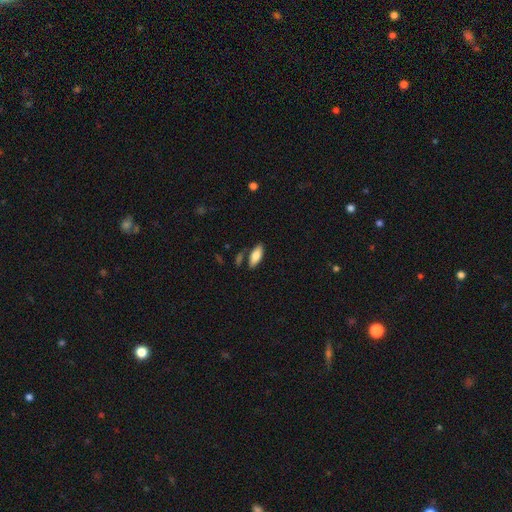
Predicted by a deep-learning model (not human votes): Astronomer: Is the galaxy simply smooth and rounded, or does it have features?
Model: smooth — 78%.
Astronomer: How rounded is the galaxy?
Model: in between — 80%.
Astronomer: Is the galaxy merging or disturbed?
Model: none — 81%.